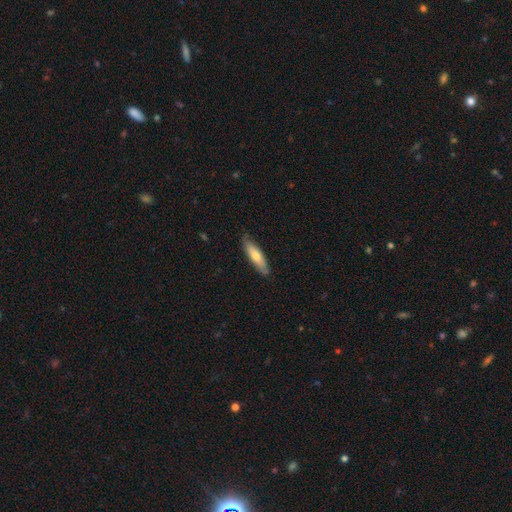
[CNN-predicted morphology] A smooth galaxy with no disk features (63%) that is cigar-shaped (70%). Merging: none (82%).